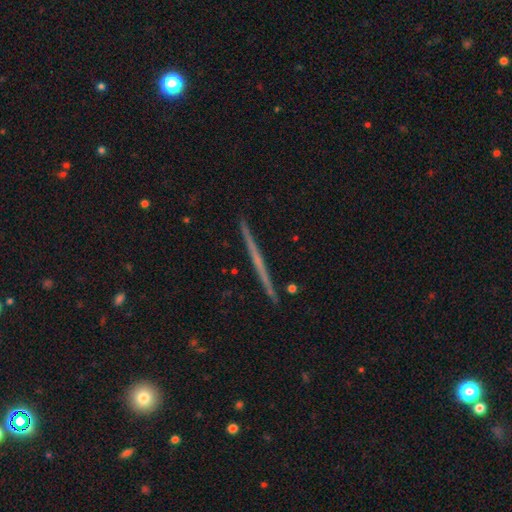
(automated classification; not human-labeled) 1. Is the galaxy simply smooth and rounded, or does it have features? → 65% featured or disk, 29% smooth, 6% star or artifact.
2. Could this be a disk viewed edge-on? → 98% yes, 2% no.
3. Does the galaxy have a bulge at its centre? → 86% none, 10% rounded, 4% boxy.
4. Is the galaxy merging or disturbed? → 93% none, 5% minor disturbance, 1% merger, 1% major disturbance.